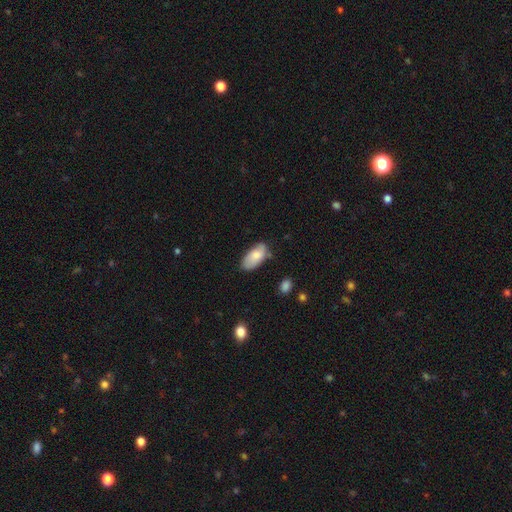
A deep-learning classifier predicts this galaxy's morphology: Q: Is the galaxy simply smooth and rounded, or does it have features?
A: smooth — 78%.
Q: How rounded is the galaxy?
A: in between — 93%.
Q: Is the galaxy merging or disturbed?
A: none — 65%.